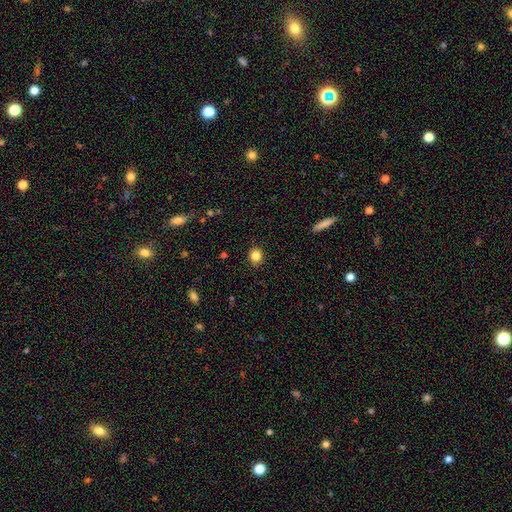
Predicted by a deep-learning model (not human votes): Smooth or featured? smooth (84%)
How rounded? round (77%)
Merging? none (90%)